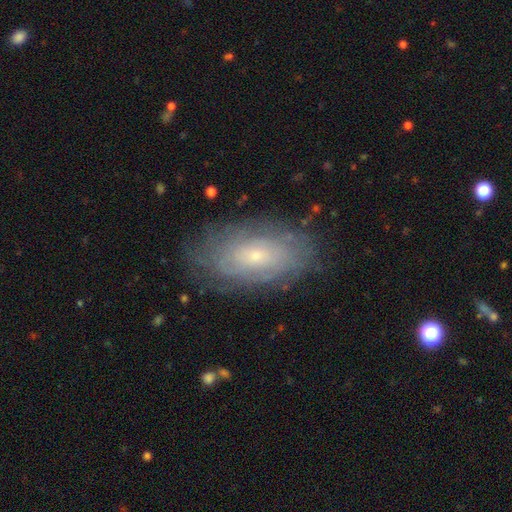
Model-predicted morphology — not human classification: Overall: featured or disk (64%; smooth 28%). Edge-on disk: no (92%). Bar: no (78%). Spiral arms: yes (78%). Bulge size: small (73%). Merging: none (78%).